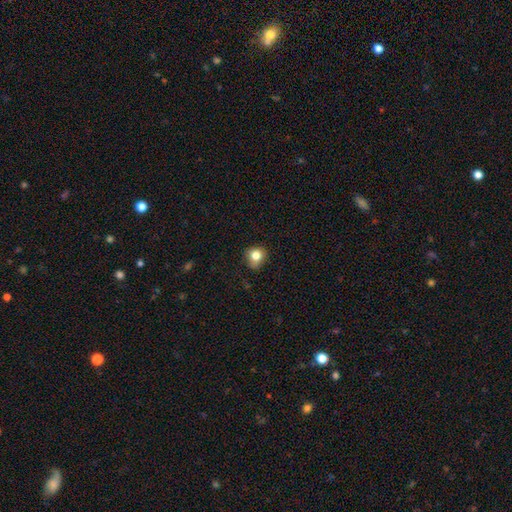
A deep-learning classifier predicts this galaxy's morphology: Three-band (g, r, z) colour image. It shows a smooth galaxy with no disk features (81%) that is round (78%). Merging: none (73%).